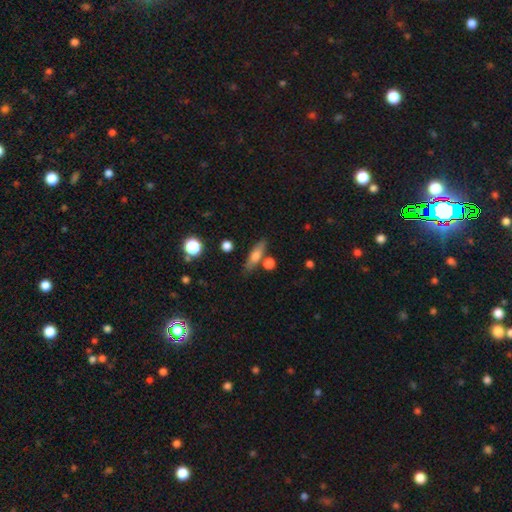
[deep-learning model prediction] This is likely a smooth galaxy (66%). How rounded: possibly cigar-shaped (55%). Merging: likely none (74%).